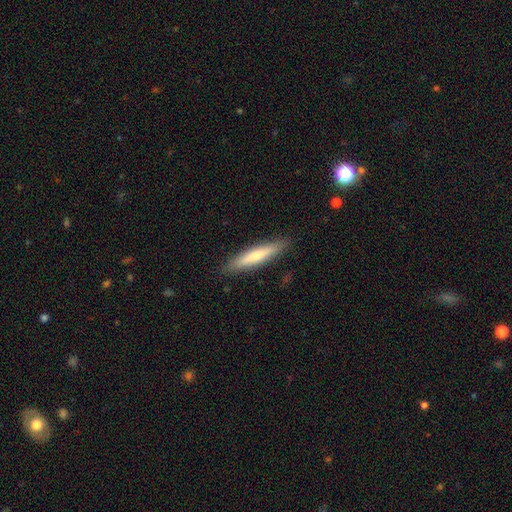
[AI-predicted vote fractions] A smooth galaxy with no disk features (66%) that is cigar-shaped (90%). Merging: none (90%).